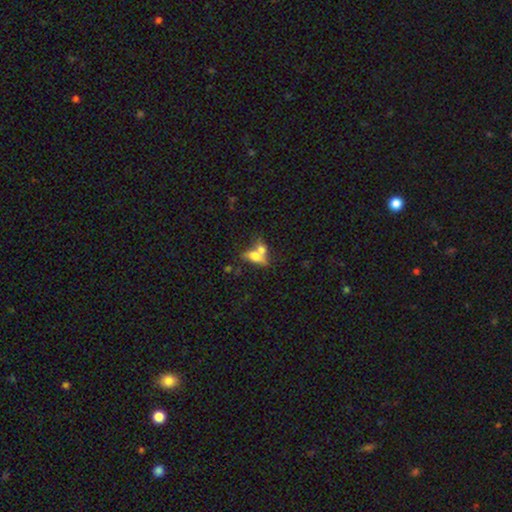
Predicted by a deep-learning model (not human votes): Smooth or featured: smooth — 65% (featured or disk — 26%)
How rounded: in between — 74% (cigar-shaped — 17%)
Merging: merger — 58% (none — 26%)